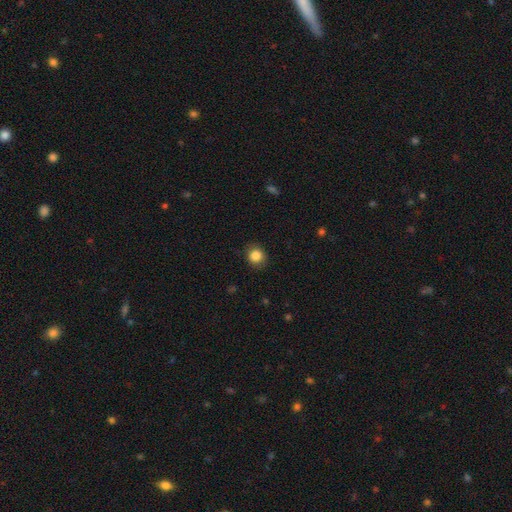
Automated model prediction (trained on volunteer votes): Morphology: type=smooth (85%); roundness=round (82%); merging=none (87%).